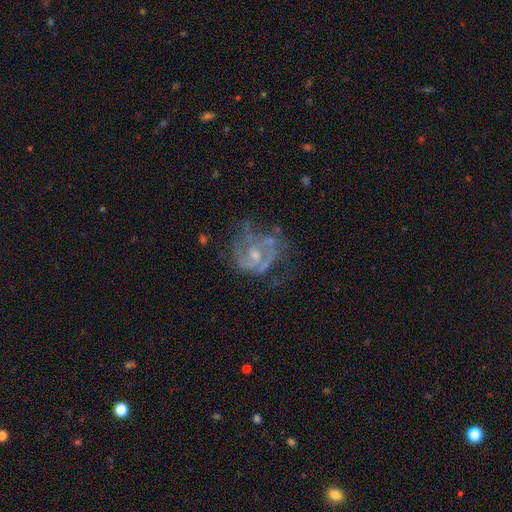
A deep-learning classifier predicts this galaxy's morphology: smooth-or-featured: featured or disk: 75% | smooth: 16% | star or artifact: 9%
  disk-edge-on: no: 98% | yes: 2%
    bar: no: 70% | weak: 26% | strong: 4%
    has-spiral-arms: yes: 67% | no: 33%
    bulge-size: small: 44% | moderate: 43% | none: 9% | large: 2% | dominant: 1%
  merging: none: 41% | major disturbance: 32% | minor disturbance: 23% | merger: 5%